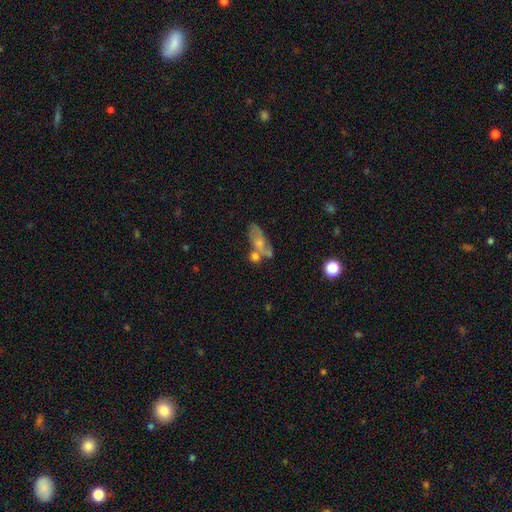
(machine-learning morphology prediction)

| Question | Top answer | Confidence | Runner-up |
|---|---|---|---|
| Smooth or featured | smooth | 50% | featured or disk (39%) |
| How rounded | in between | 67% | round (23%) |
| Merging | none | 35% | merger (34%) |